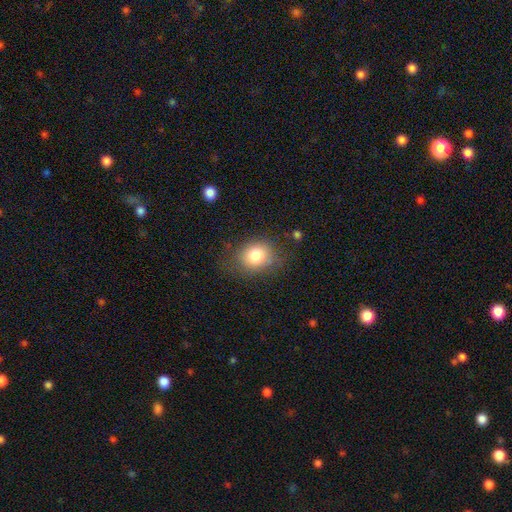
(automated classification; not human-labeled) Smooth or featured? Predicted: smooth (p=0.80). How rounded? Predicted: round (p=0.59). Merging? Predicted: none (p=0.74).